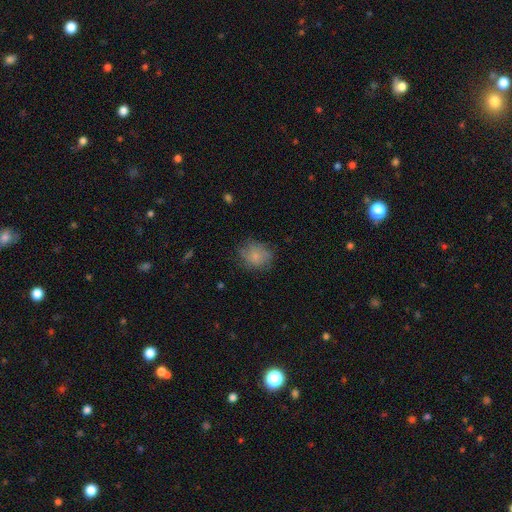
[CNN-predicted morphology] Smooth or featured: smooth — 72% (featured or disk — 18%)
How rounded: round — 64% (in between — 35%)
Merging: none — 66% (minor disturbance — 23%)